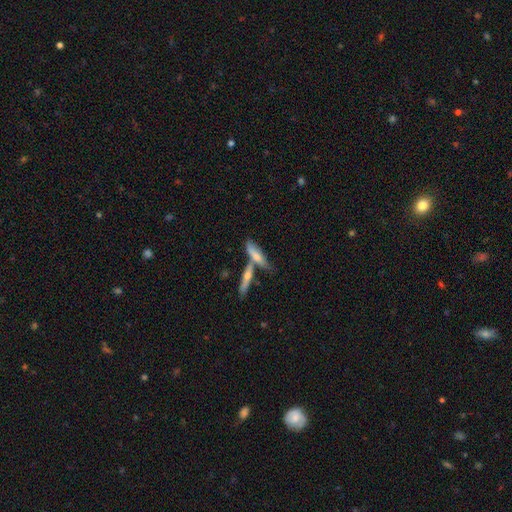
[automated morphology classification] Q: Smooth or featured?
A: smooth (59%); runner-up: featured or disk (35%)
Q: How rounded?
A: cigar-shaped (70%); runner-up: in between (28%)
Q: Merging?
A: none (45%); runner-up: merger (39%)